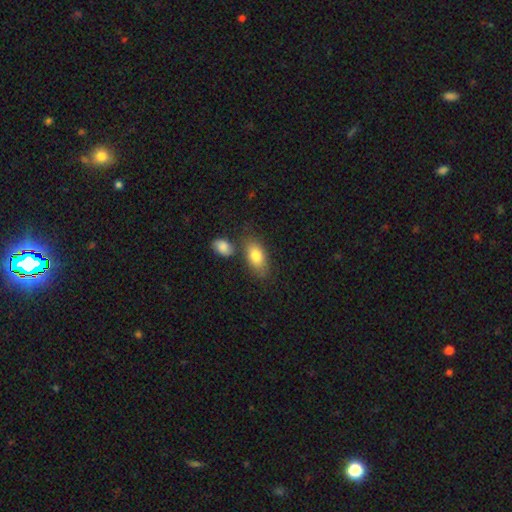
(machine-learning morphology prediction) Overall: smooth (81%). How rounded: in between (88%). Merging: none (66%).